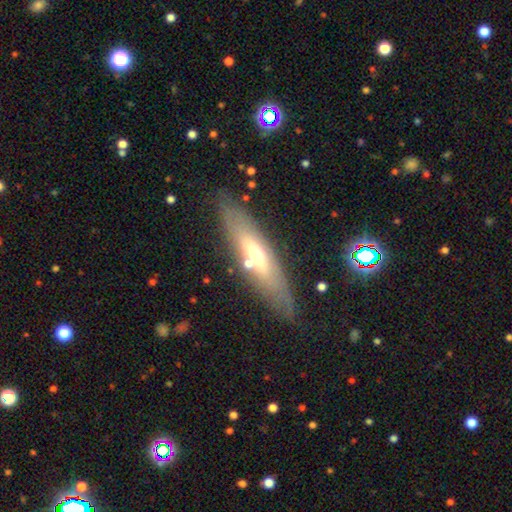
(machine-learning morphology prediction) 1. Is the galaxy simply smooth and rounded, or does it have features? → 54% featured or disk, 38% smooth, 8% star or artifact.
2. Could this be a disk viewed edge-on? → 56% yes, 44% no.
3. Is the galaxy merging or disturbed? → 76% none, 13% minor disturbance, 5% major disturbance, 5% merger.